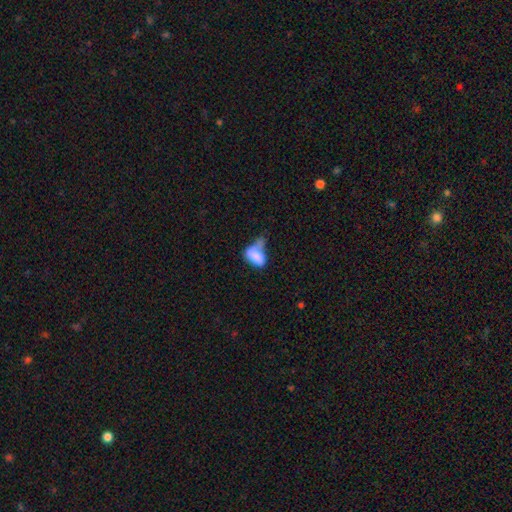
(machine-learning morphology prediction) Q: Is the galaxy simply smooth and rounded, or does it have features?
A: smooth — 72%.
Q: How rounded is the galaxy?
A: in between — 88%.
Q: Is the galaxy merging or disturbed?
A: merger — 30%.